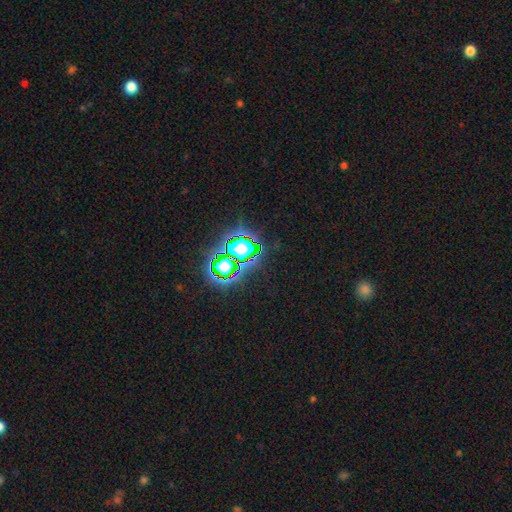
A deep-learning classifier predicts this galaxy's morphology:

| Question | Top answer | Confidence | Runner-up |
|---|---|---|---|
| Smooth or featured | star or artifact | 80% | smooth (13%) |